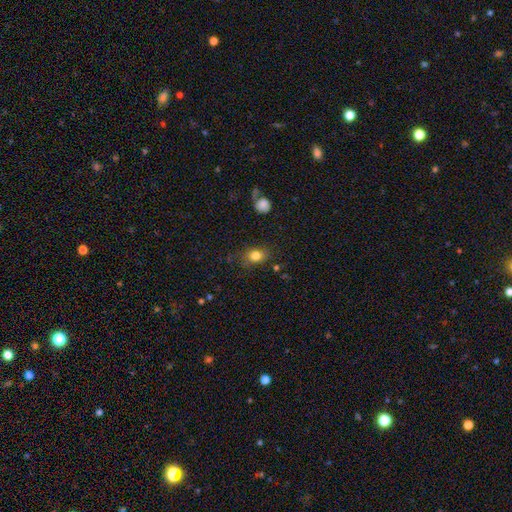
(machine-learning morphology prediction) This appears to be a smooth galaxy with no disk features (81%) that is in between round and cigar-shaped (58%). Merging: none (75%).